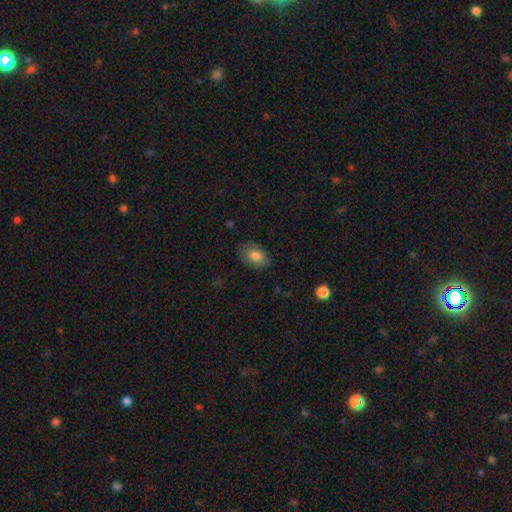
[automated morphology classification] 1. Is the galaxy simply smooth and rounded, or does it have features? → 74% smooth, 18% featured or disk, 8% star or artifact.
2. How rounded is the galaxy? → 82% in between, 17% round, 1% cigar-shaped.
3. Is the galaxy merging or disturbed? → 81% none, 15% minor disturbance, 4% major disturbance, 1% merger.